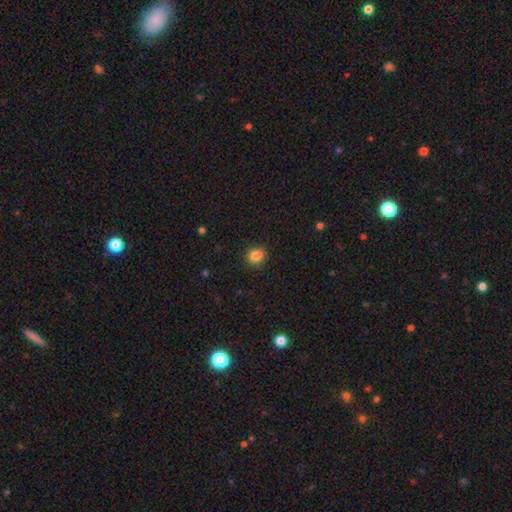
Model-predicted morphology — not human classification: Q: Smooth or featured?
A: smooth (84%); runner-up: star or artifact (11%)
Q: How rounded?
A: round (74%); runner-up: in between (25%)
Q: Merging?
A: none (80%); runner-up: minor disturbance (14%)